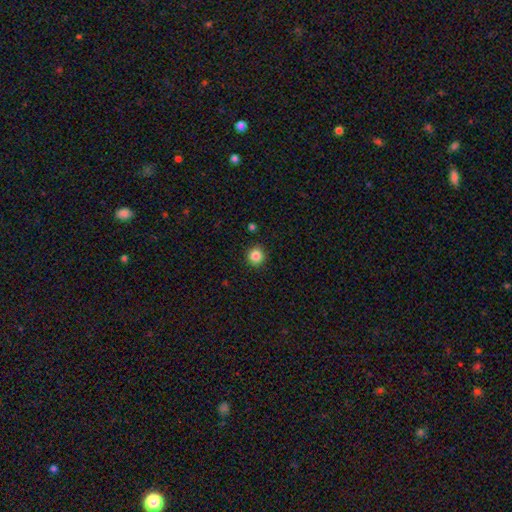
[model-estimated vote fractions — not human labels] Smooth or featured? Predicted: smooth (p=0.86). How rounded? Predicted: round (p=0.94). Merging? Predicted: none (p=0.91).